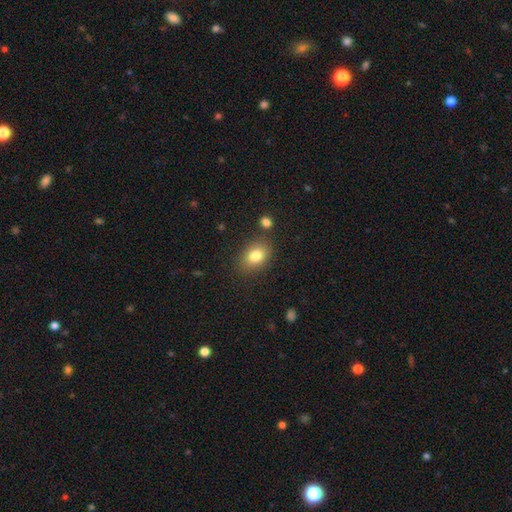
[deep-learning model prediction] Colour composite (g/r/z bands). It shows a smooth galaxy with no disk features (82%) that is in between round and cigar-shaped (72%). Merging: none (81%).